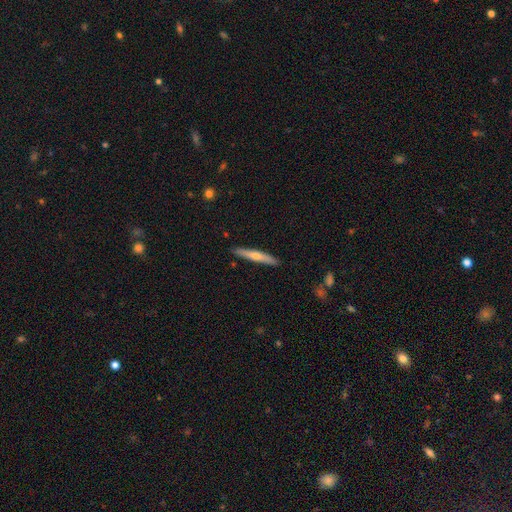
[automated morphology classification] A featured or disk galaxy (56%) viewed edge-on (96%) with a rounded central bulge (80%). Merging: none (90%).